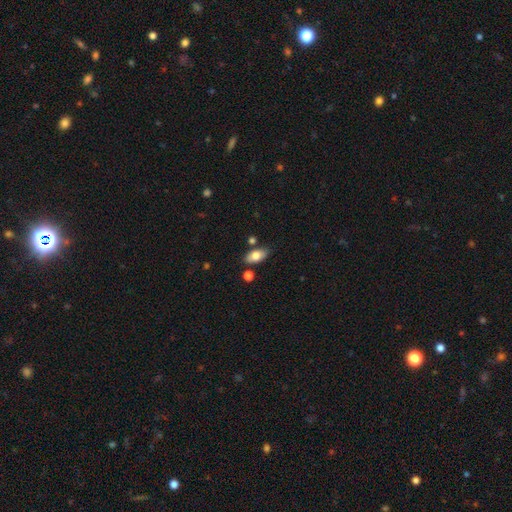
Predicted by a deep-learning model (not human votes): Smooth or featured: smooth — 77% (featured or disk — 16%)
How rounded: in between — 90% (cigar-shaped — 6%)
Merging: none — 79% (minor disturbance — 12%)